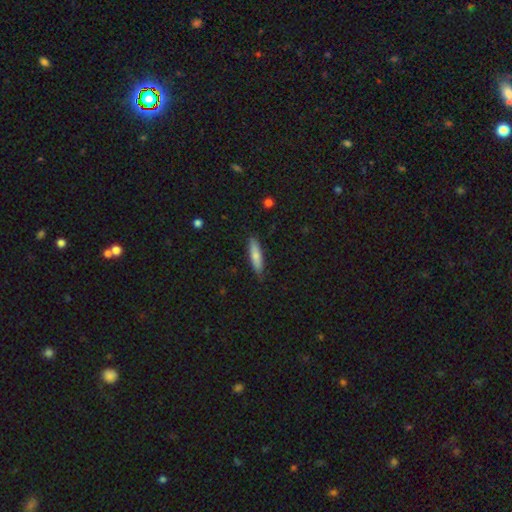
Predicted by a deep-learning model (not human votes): Smooth or featured: smooth — 72% (featured or disk — 22%)
How rounded: cigar-shaped — 75% (in between — 23%)
Merging: none — 84% (minor disturbance — 13%)